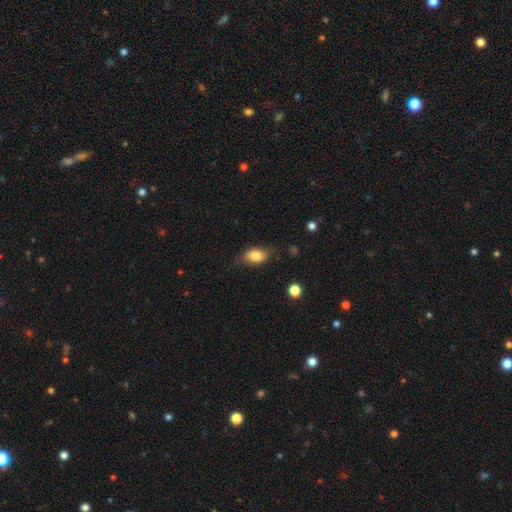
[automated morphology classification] smooth-or-featured: smooth: 79% | featured or disk: 13% | star or artifact: 8%
  how-rounded: in between: 85% | round: 12% | cigar-shaped: 3%
  merging: none: 68% | minor disturbance: 24% | major disturbance: 7% | merger: 2%